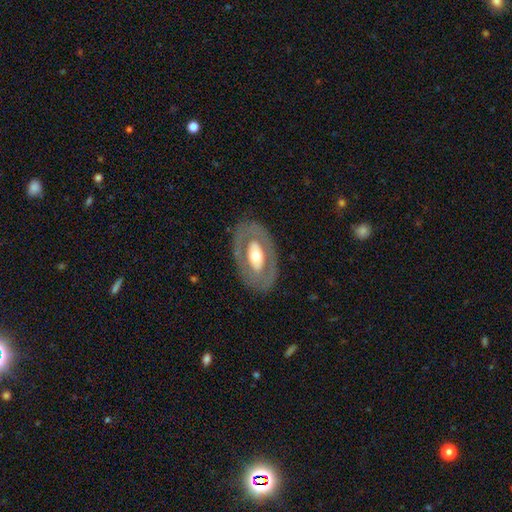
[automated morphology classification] The model was most divided on "smooth or featured": featured or disk: 59%, smooth: 36%, star or artifact: 5%. More confident: edge-on disk — no (89%); spiral arms — no (87%); merging — none (82%); bar — no (71%); bulge size — moderate (58%).